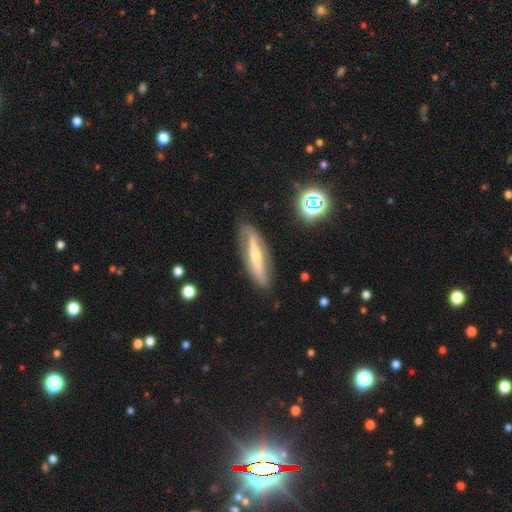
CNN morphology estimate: Smooth or featured?
  - featured or disk: 68% *
  - smooth: 24%
  - star or artifact: 7%
Edge-on disk?
  - yes: 56% *
  - no: 44%
Merging?
  - none: 81% *
  - minor disturbance: 13%
  - major disturbance: 4%
  - merger: 2%